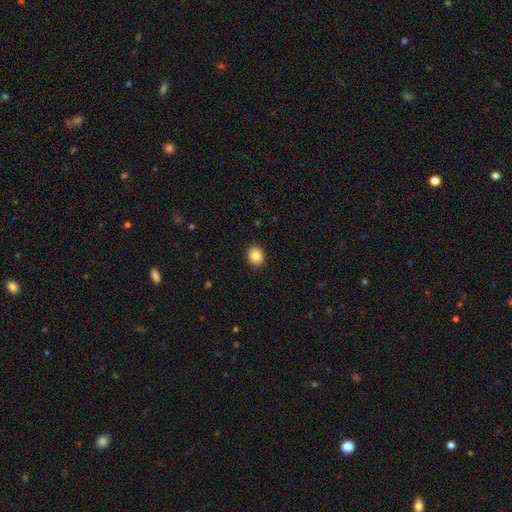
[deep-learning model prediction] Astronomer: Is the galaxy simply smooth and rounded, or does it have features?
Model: smooth — 87%.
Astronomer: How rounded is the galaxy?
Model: round — 73%.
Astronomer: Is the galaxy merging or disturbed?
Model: none — 91%.